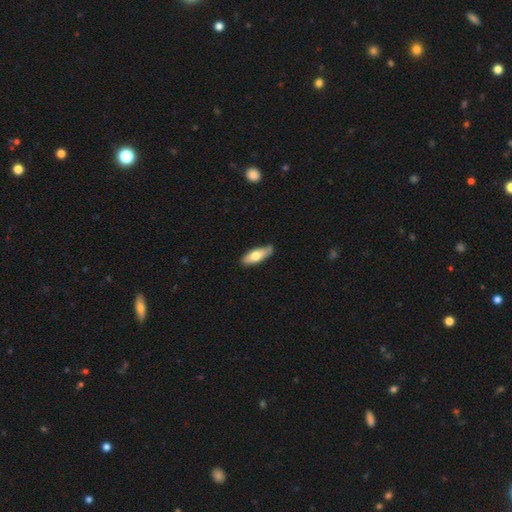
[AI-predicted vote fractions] Q: Smooth or featured?
A: smooth (65%); runner-up: featured or disk (30%)
Q: How rounded?
A: in between (64%); runner-up: cigar-shaped (34%)
Q: Merging?
A: none (78%); runner-up: minor disturbance (18%)